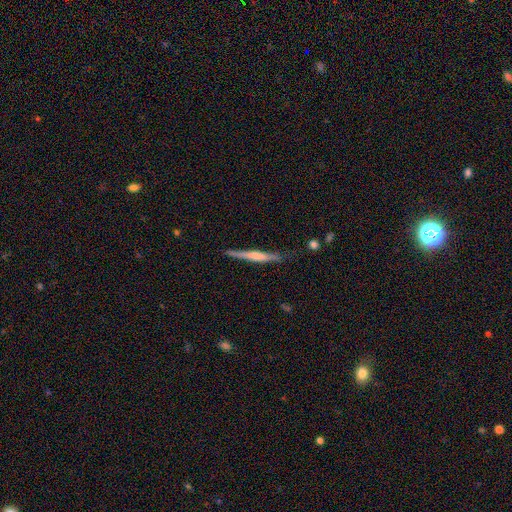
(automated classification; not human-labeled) Overall: featured or disk (56%; smooth 38%). Edge-on disk: yes (97%). Edge-on bulge: rounded (42%; none 35%). Merging: none (81%).